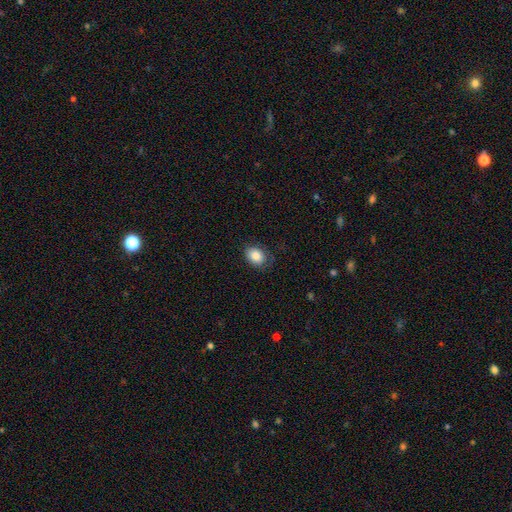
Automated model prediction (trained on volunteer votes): Q: Smooth or featured?
A: smooth (83%); runner-up: featured or disk (9%)
Q: How rounded?
A: in between (69%); runner-up: round (30%)
Q: Merging?
A: none (73%); runner-up: minor disturbance (19%)